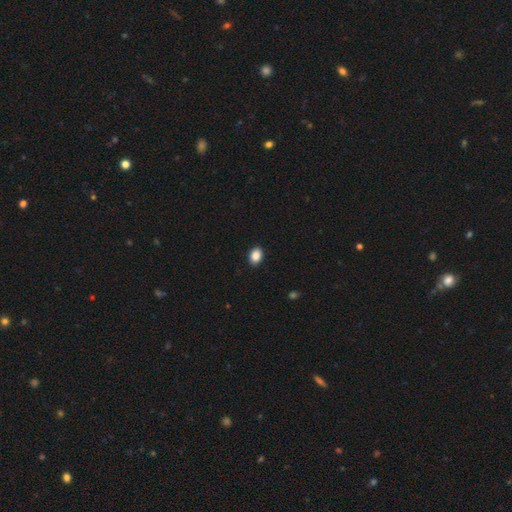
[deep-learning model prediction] Q: Smooth or featured?
A: smooth (89%); runner-up: star or artifact (8%)
Q: How rounded?
A: in between (74%); runner-up: round (25%)
Q: Merging?
A: none (91%); runner-up: minor disturbance (7%)